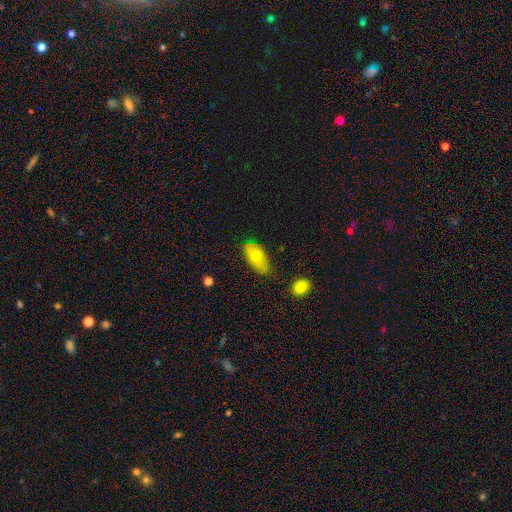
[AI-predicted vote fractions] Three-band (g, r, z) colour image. It shows a smooth galaxy with no disk features (68%) that is in between round and cigar-shaped (90%). Merging: none (69%).